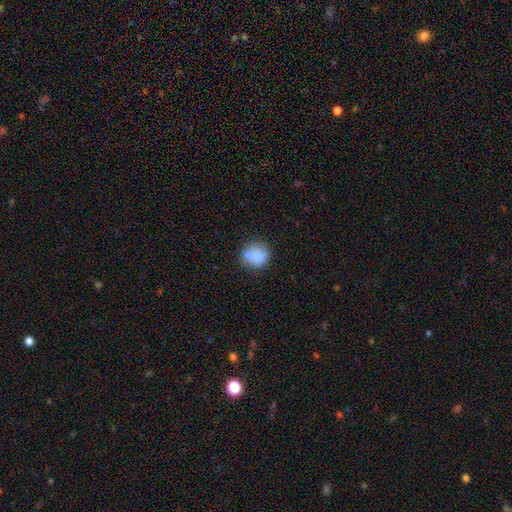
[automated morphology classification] Overall: smooth (84%). How rounded: round (84%). Merging: none (71%).